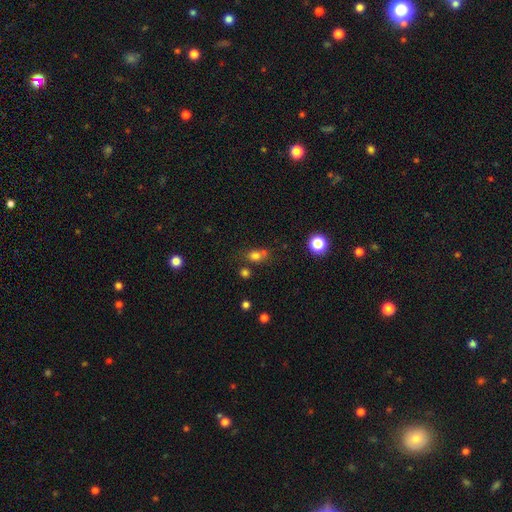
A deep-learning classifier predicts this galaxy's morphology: Smooth or featured?
  - smooth: 75% *
  - star or artifact: 17%
  - featured or disk: 9%
How rounded?
  - round: 55% *
  - in between: 43%
  - cigar-shaped: 2%
Merging?
  - none: 54% *
  - merger: 26%
  - minor disturbance: 14%
  - major disturbance: 6%